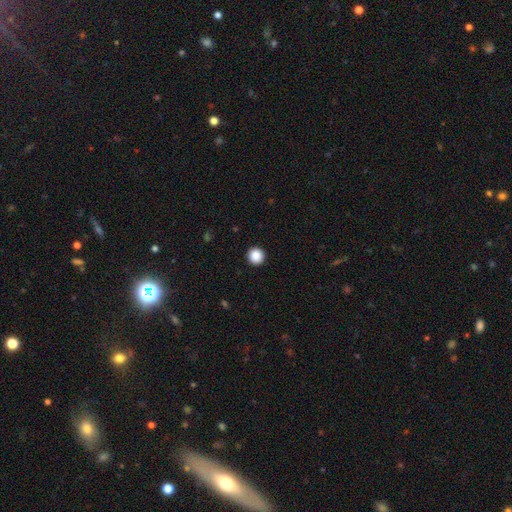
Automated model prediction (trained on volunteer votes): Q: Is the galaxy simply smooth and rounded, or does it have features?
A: smooth — 88%.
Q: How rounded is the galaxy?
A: round — 96%.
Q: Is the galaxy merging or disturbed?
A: none — 94%.